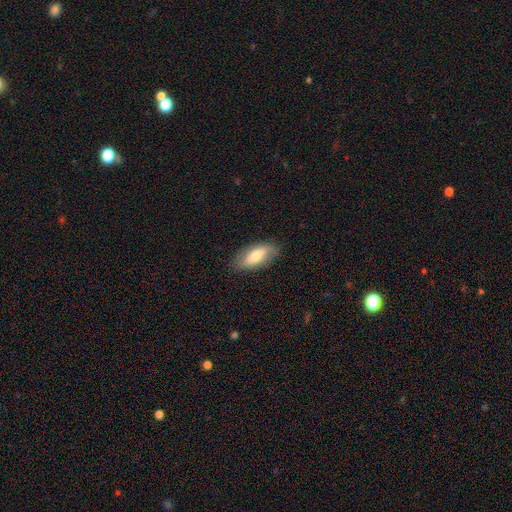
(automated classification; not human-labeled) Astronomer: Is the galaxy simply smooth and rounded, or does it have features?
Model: smooth — 65%.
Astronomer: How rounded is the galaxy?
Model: in between — 87%.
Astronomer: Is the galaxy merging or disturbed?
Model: none — 81%.